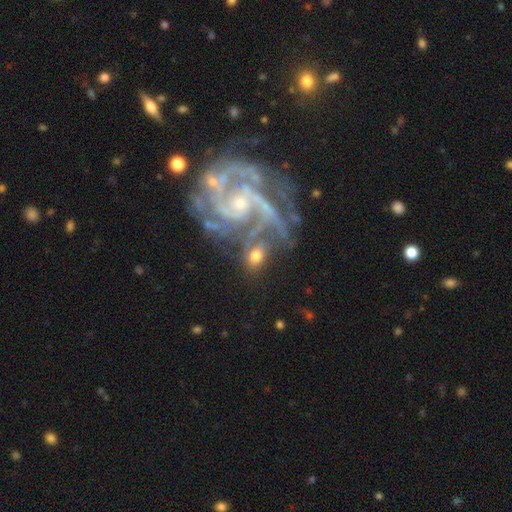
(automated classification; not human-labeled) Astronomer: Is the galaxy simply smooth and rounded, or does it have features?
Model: featured or disk — 51% (runner-up: smooth, 37%).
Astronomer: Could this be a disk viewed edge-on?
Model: no — 95%.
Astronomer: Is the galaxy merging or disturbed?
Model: none — 47%.